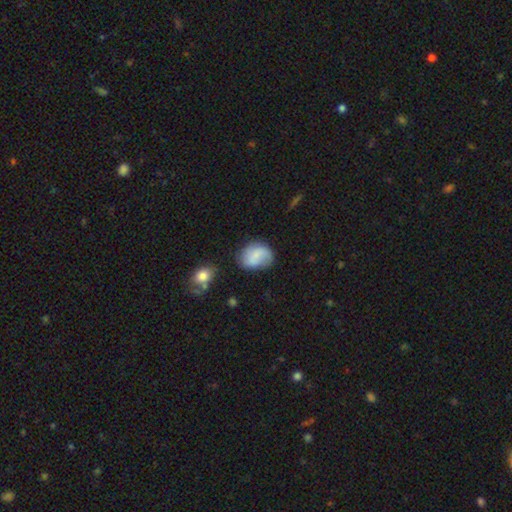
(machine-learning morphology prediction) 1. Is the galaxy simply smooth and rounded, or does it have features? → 67% smooth, 25% featured or disk, 8% star or artifact.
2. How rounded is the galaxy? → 57% in between, 42% round, 1% cigar-shaped.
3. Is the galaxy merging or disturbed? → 58% none, 27% minor disturbance, 10% major disturbance, 5% merger.